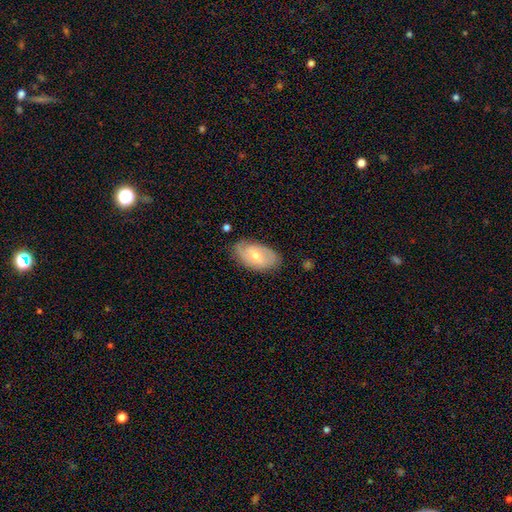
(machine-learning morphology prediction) A smooth galaxy with no disk features (50%) that is in between round and cigar-shaped (93%). Merging: none (73%).